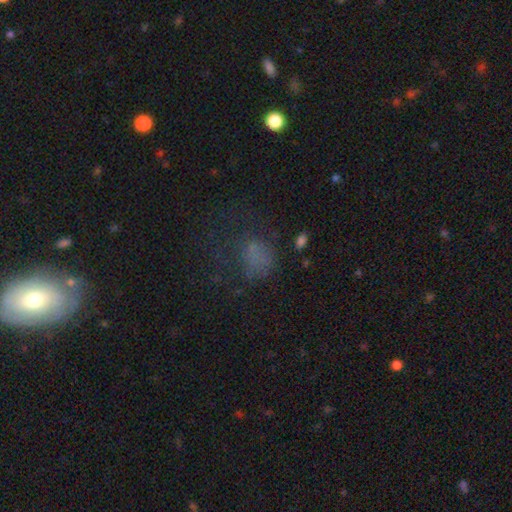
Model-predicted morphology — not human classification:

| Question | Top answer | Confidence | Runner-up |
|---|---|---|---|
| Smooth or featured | smooth | 54% | star or artifact (26%) |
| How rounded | round | 50% | in between (49%) |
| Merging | none | 42% | major disturbance (35%) |